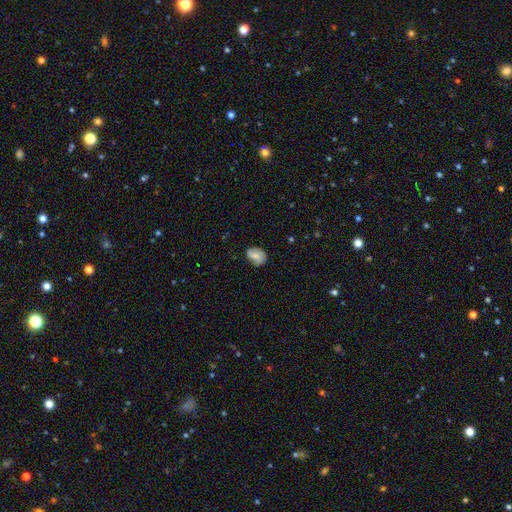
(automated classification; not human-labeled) A smooth galaxy with no disk features (54%) that is in between round and cigar-shaped (69%). Merging: none (66%).